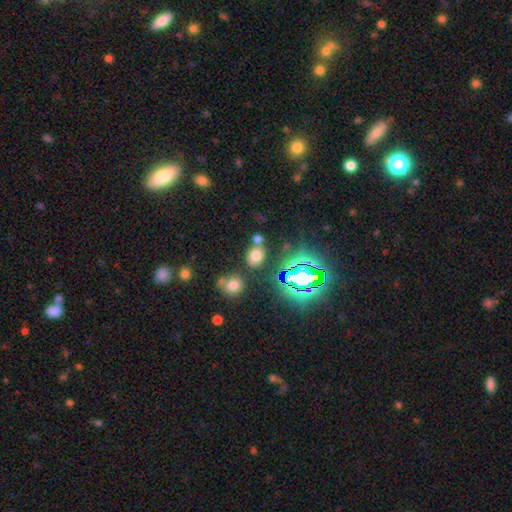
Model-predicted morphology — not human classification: smooth-or-featured: smooth: 64% | star or artifact: 27% | featured or disk: 9%
  how-rounded: in between: 55% | round: 43% | cigar-shaped: 2%
  merging: none: 70% | merger: 15% | minor disturbance: 11% | major disturbance: 4%